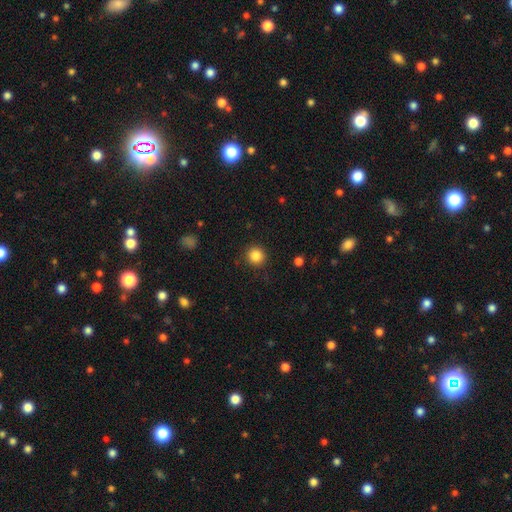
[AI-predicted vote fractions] Smooth or featured? Predicted: smooth (p=0.86). How rounded? Predicted: round (p=0.93). Merging? Predicted: none (p=0.90).